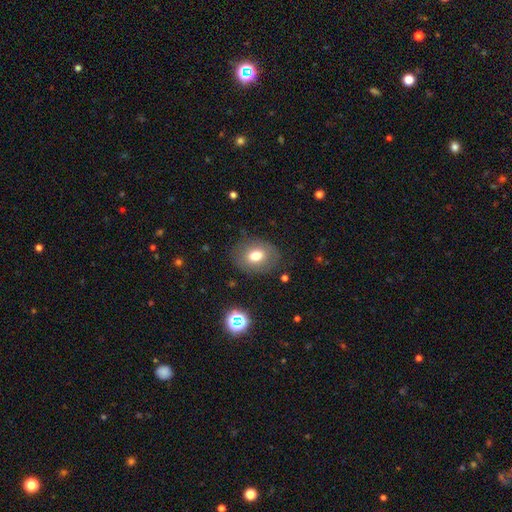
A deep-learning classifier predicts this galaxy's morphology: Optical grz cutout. It shows a smooth galaxy with no disk features (72%) that is in between round and cigar-shaped (56%). Merging: none (80%).